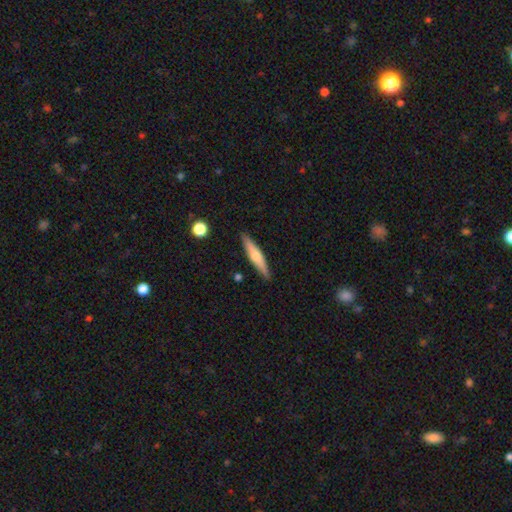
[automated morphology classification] Smooth or featured?
  - smooth: 52% *
  - featured or disk: 42%
  - star or artifact: 6%
How rounded?
  - cigar-shaped: 87% *
  - in between: 12%
  - round: 2%
Merging?
  - none: 89% *
  - minor disturbance: 8%
  - major disturbance: 2%
  - merger: 1%